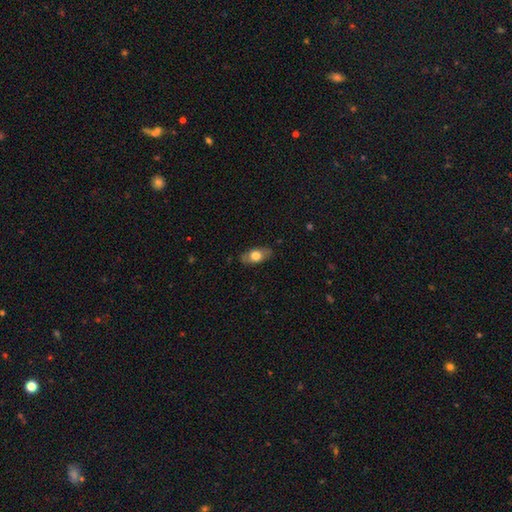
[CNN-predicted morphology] smooth_or_featured: smooth (p=0.67) [alt: featured or disk p=0.27]
how_rounded: in between (p=0.88) [alt: round p=0.06]
merging: none (p=0.83) [alt: minor disturbance p=0.13]